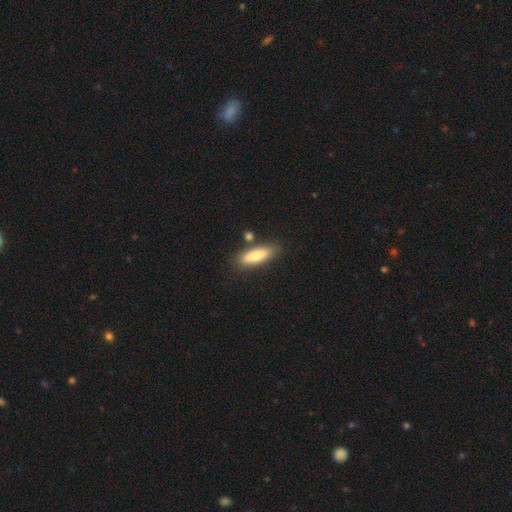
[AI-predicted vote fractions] smooth_or_featured: smooth (p=0.78) [alt: featured or disk p=0.16]
how_rounded: in between (p=0.53) [alt: cigar-shaped p=0.45]
merging: none (p=0.78) [alt: minor disturbance p=0.11]